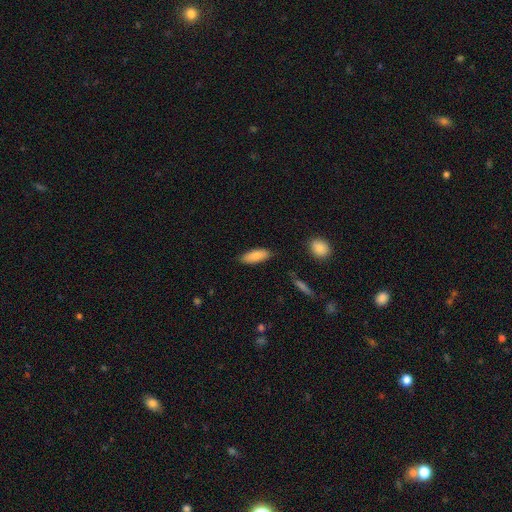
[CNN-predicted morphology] Smooth or featured? Predicted: smooth (p=0.85). How rounded? Predicted: in between (p=0.69). Merging? Predicted: none (p=0.82).